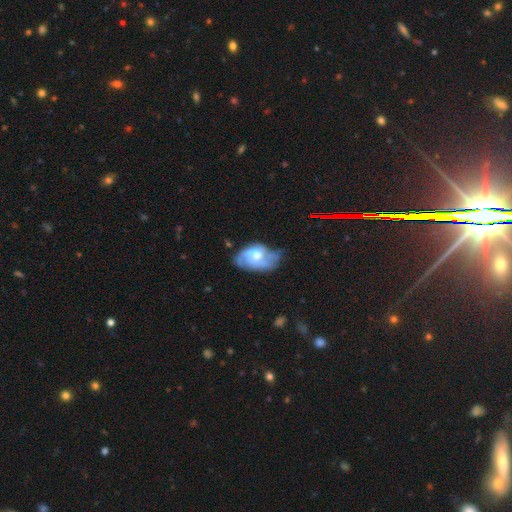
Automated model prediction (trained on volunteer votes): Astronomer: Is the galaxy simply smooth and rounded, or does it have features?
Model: featured or disk — 73%.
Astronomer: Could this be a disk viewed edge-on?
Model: no — 97%.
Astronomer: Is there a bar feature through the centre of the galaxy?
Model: no — 63%.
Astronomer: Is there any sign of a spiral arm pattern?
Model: yes — 86%.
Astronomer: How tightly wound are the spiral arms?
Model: medium — 46% (runner-up: tight, 29%).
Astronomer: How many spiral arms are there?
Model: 2 — 47% (runner-up: can't tell, 24%).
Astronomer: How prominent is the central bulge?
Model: moderate — 59%.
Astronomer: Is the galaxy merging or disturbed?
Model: none — 49% (runner-up: minor disturbance, 31%).